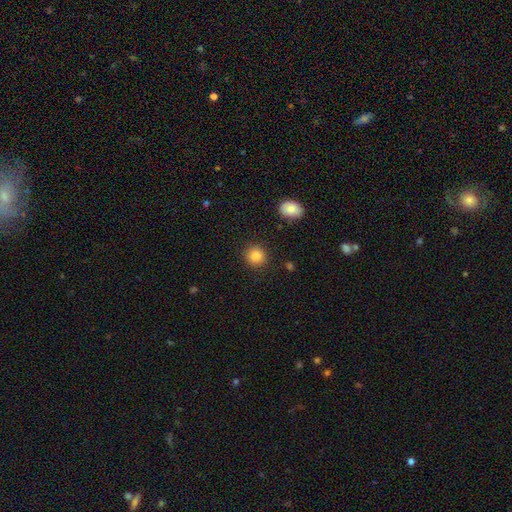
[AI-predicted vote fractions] Smooth or featured? smooth (87%)
How rounded? round (90%)
Merging? none (90%)